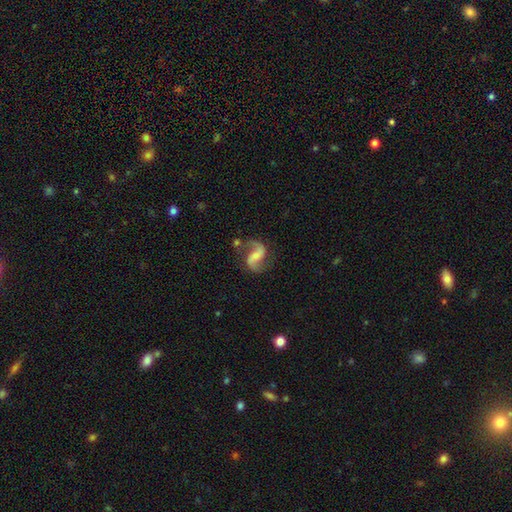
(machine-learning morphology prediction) smooth-or-featured: featured or disk: 87% | smooth: 7% | star or artifact: 6%
  disk-edge-on: no: 98% | yes: 2%
    bar: weak: 41% | no: 30% | strong: 29%
    has-spiral-arms: yes: 97% | no: 3%
      spiral-winding: loose: 55% | medium: 37% | tight: 7%
      spiral-arm-count: 2: 93% | 1: 3% | can't tell: 2% | 3: 1% | 4: 1% | more than 4: 1%
    bulge-size: small: 47% | moderate: 29% | none: 18% | large: 4% | dominant: 1%
  merging: none: 70% | minor disturbance: 16% | major disturbance: 9% | merger: 6%